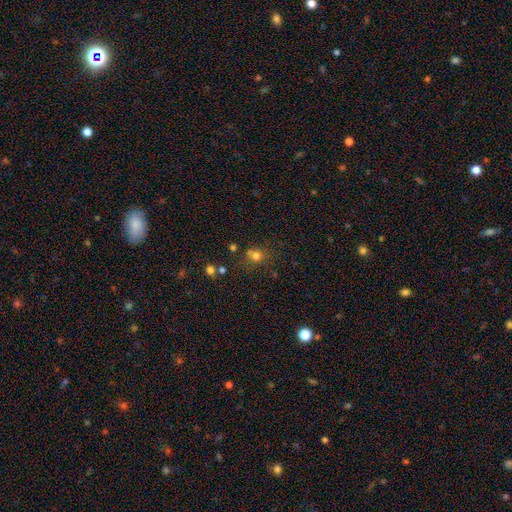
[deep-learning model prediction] smooth_or_featured: smooth (p=0.72) [alt: star or artifact p=0.19]
how_rounded: round (p=0.77) [alt: in between p=0.22]
merging: none (p=0.63) [alt: merger p=0.18]